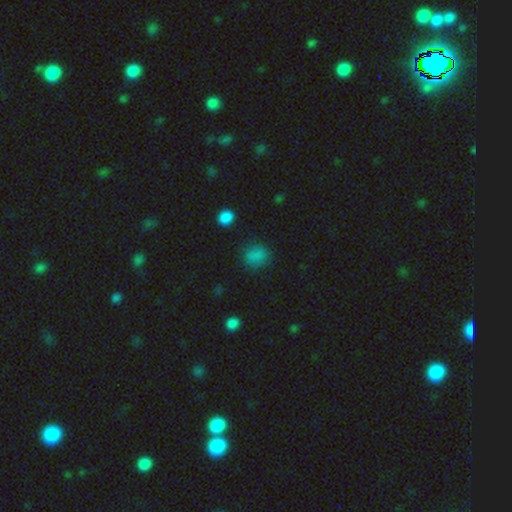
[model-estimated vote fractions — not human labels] This is clearly a smooth galaxy (81%). How rounded: likely round (75%). Merging: clearly none (81%).